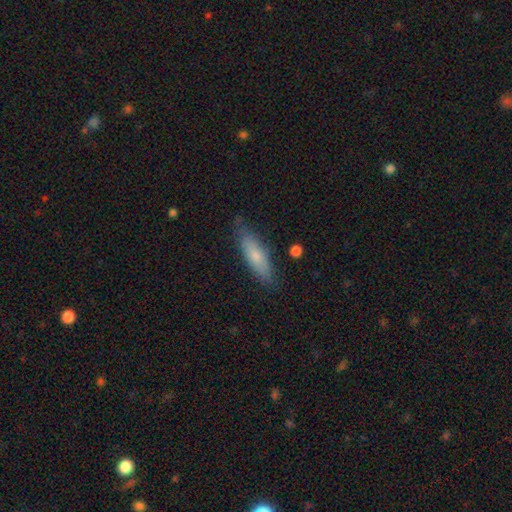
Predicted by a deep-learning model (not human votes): A smooth galaxy with no disk features (70%) that is cigar-shaped (57%).

Vote fractions:
- Smooth or featured? smooth: 70% / featured or disk: 24% / star or artifact: 6%
- How rounded? cigar-shaped: 57% / in between: 41% / round: 2%
- Merging? none: 79% / minor disturbance: 16% / major disturbance: 3% / merger: 2%